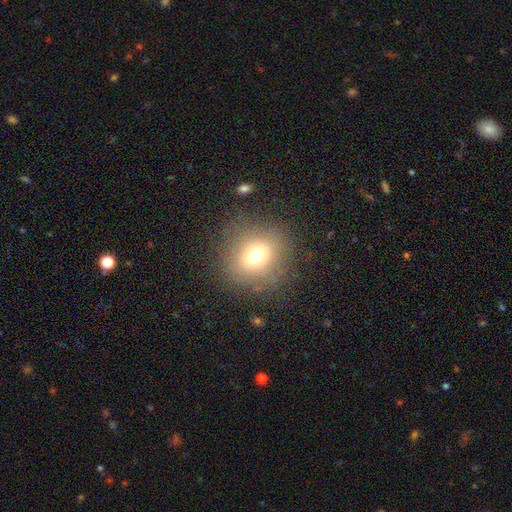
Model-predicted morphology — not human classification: Smooth or featured? Predicted: smooth (p=0.70). How rounded? Predicted: round (p=0.83). Merging? Predicted: none (p=0.83).